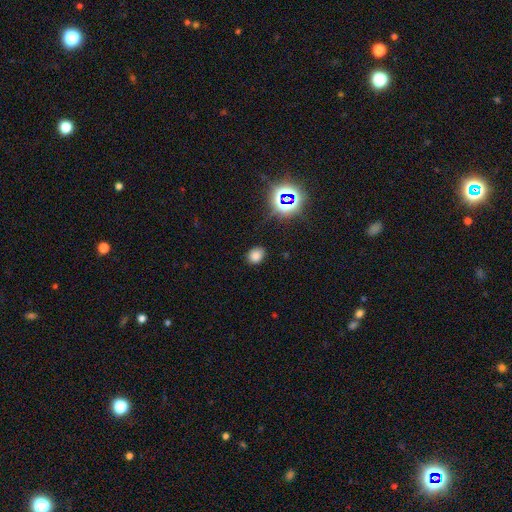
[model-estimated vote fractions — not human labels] smooth 74%, star or artifact 20%, featured or disk 5%. Down the decision tree: how rounded — in between (51%); merging — none (82%).